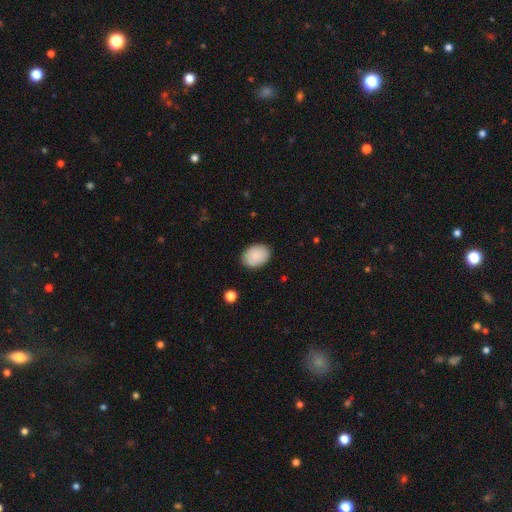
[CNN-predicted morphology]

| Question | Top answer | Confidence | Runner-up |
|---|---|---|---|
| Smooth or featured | smooth | 90% | star or artifact (6%) |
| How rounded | in between | 80% | round (19%) |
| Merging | none | 87% | minor disturbance (9%) |